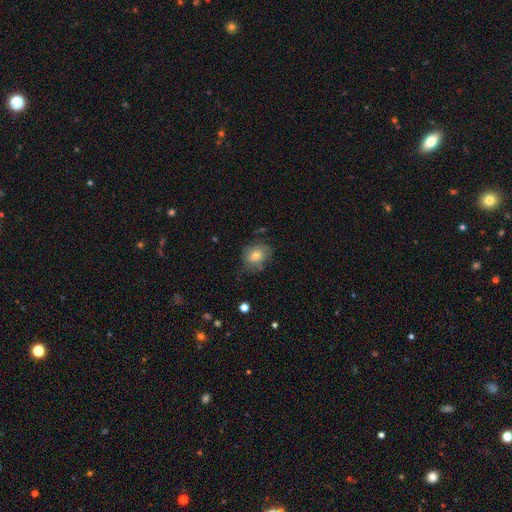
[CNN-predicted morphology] Smooth or featured? smooth (67%)
How rounded? round (50%)
Merging? none (64%)